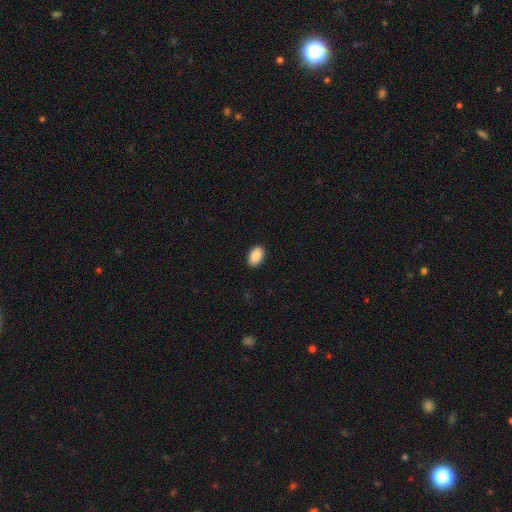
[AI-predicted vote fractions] The model was most divided on "smooth or featured": smooth: 90%, star or artifact: 7%, featured or disk: 3%. More confident: how rounded — in between (94%); merging — none (91%).